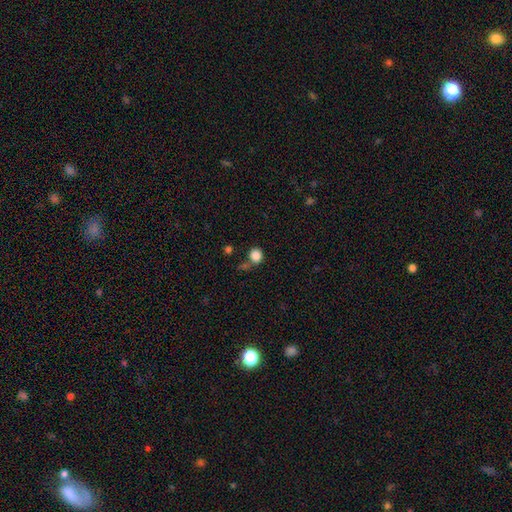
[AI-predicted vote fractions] Smooth or featured? Predicted: smooth (p=0.85). How rounded? Predicted: round (p=0.86). Merging? Predicted: none (p=0.64).